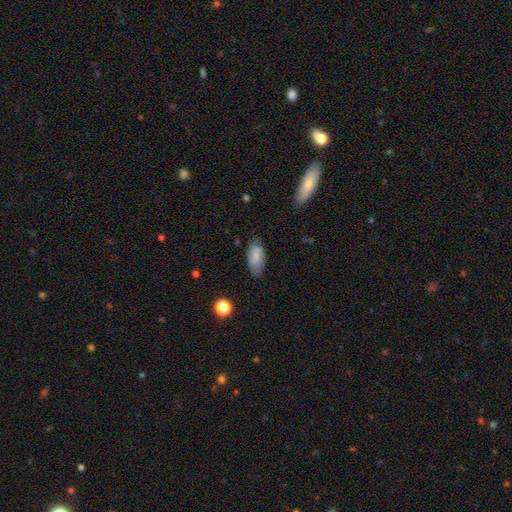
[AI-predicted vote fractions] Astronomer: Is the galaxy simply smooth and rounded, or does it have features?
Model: smooth — 80%.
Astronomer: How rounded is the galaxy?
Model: in between — 90%.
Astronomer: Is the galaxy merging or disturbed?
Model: none — 66%.